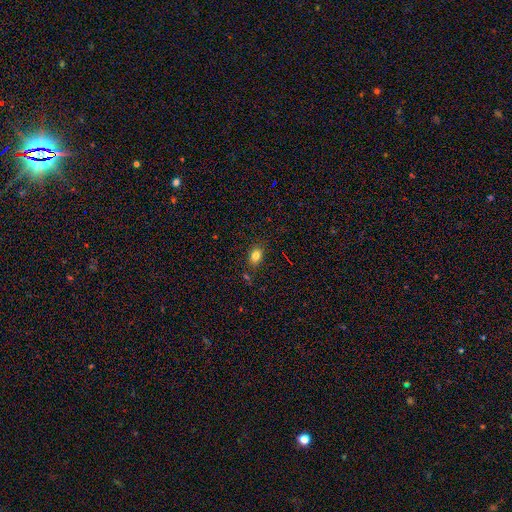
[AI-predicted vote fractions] smooth 80%, star or artifact 12%, featured or disk 8%. Down the decision tree: how rounded — in between (72%); merging — none (81%).